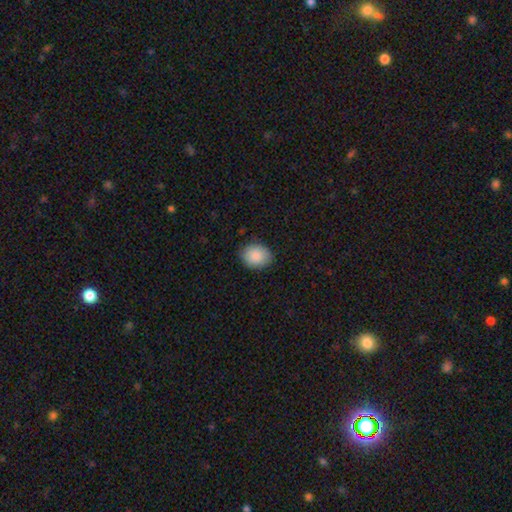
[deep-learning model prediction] smooth 88%, star or artifact 7%, featured or disk 5%. Down the decision tree: how rounded — in between (50%); merging — none (84%).